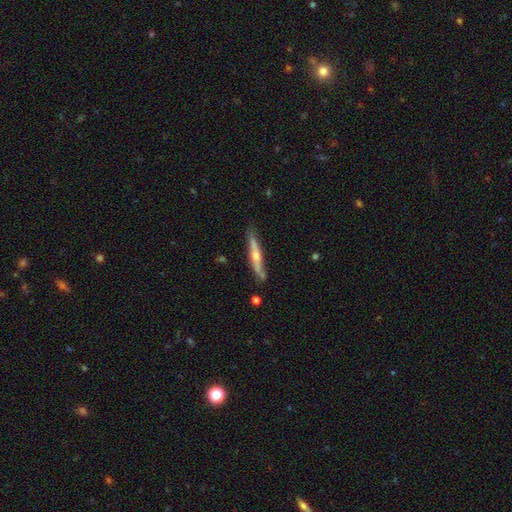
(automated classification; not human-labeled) Morphology: type=featured or disk (65%); edge-on=yes (92%); edge-on bulge=rounded (82%); merging=none (78%).